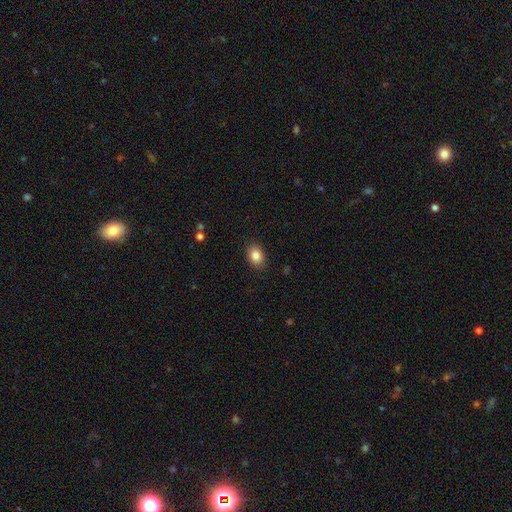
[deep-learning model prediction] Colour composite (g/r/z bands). It shows a smooth galaxy with no disk features (84%) that is in between round and cigar-shaped (74%). Merging: none (88%).